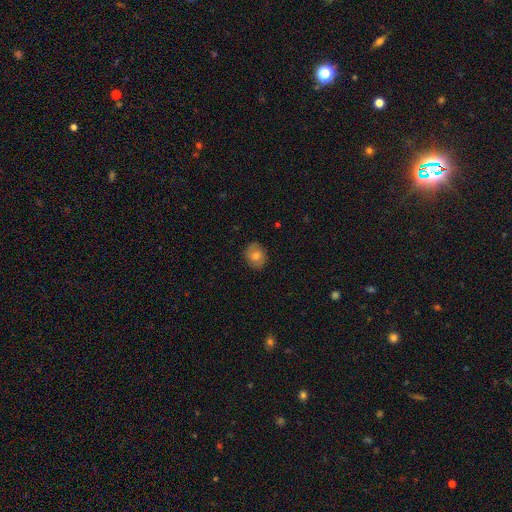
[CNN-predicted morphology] Smooth or featured? smooth (60%)
How rounded? round (59%)
Merging? none (85%)